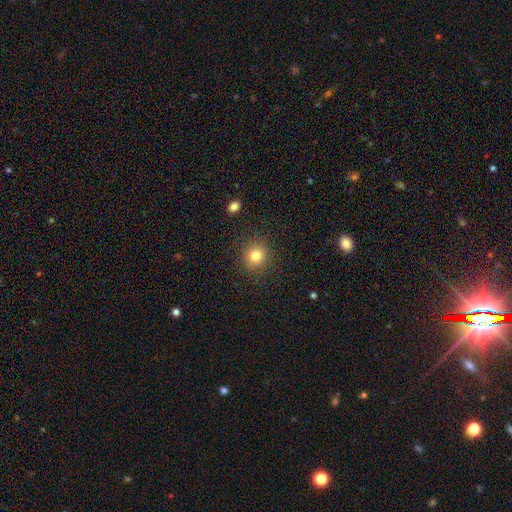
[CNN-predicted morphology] The model was most divided on "smooth or featured": smooth: 81%, star or artifact: 12%, featured or disk: 7%. More confident: how rounded — round (89%); merging — none (89%).